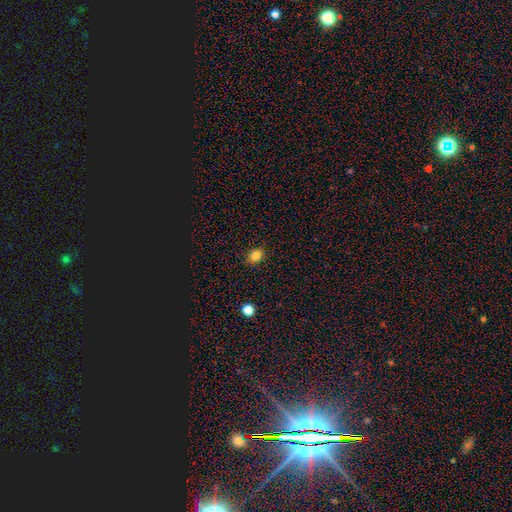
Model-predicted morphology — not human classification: type=smooth (83%); roundness=in between (57%); merging=none (88%).